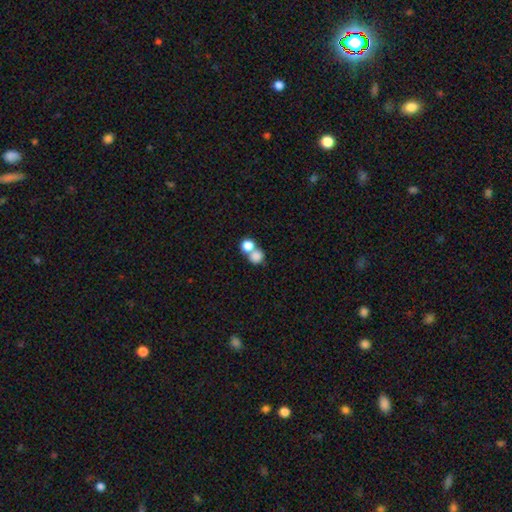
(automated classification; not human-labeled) Morphology: type=smooth (80%); roundness=round (82%); merging=merger (53%).